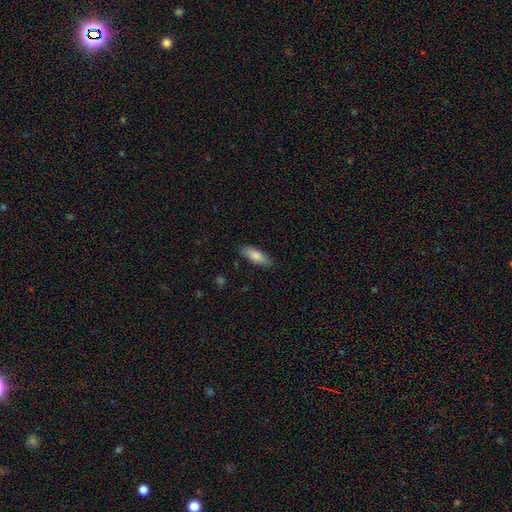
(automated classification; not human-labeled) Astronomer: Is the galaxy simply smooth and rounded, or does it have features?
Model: smooth — 83%.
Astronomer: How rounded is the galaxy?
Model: in between — 66%.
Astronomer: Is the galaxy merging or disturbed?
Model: none — 85%.